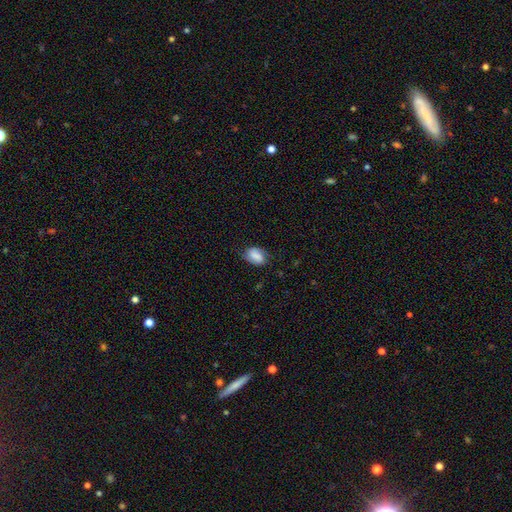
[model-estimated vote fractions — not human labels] Smooth or featured: smooth — 59% (featured or disk — 32%)
How rounded: in between — 80% (round — 18%)
Merging: none — 70% (minor disturbance — 22%)